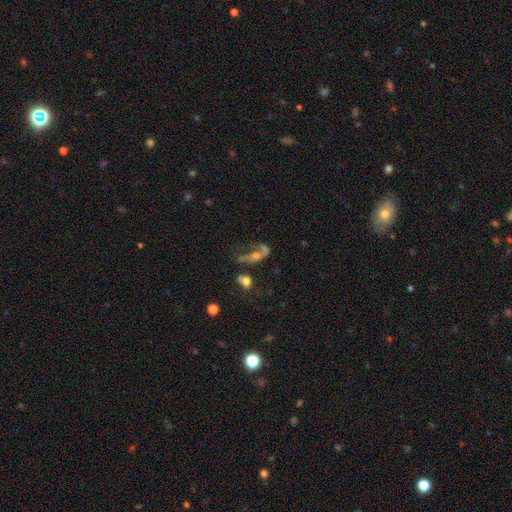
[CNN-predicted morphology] Overall: featured or disk (50%; smooth 30%). Edge-on disk: no (84%). Merging: major disturbance (33%; merger 32%).